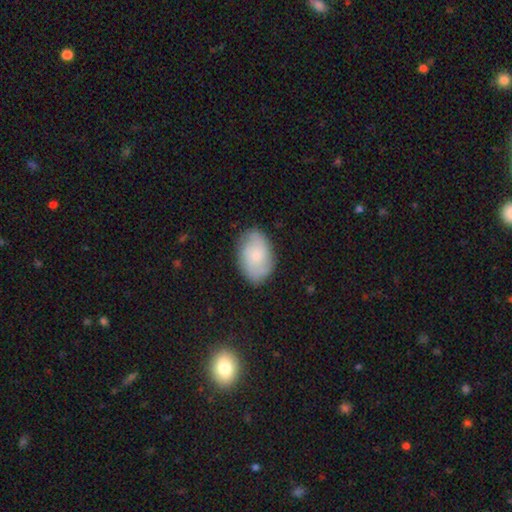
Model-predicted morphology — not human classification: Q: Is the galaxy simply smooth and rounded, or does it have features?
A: smooth — 54%.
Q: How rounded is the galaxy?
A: in between — 85%.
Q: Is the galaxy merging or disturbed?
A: none — 83%.